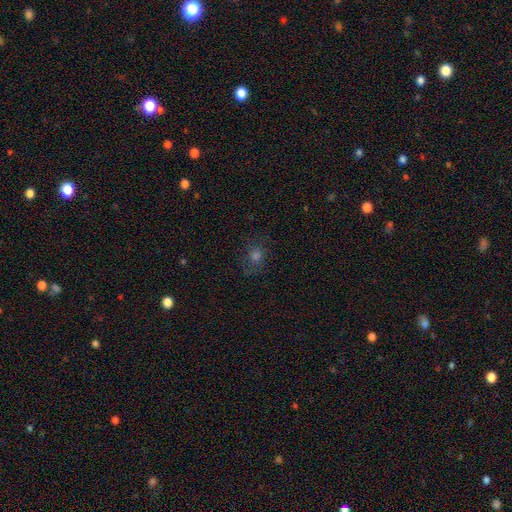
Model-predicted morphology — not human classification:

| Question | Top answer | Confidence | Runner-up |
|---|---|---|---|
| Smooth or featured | smooth | 55% | star or artifact (25%) |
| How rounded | round | 70% | in between (28%) |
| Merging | none | 75% | minor disturbance (16%) |